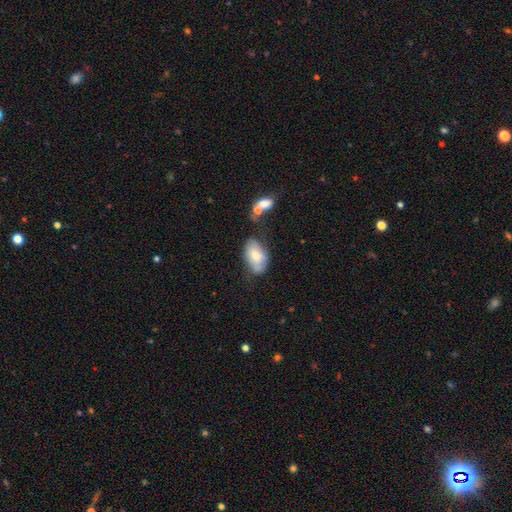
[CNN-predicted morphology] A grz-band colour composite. It shows a smooth galaxy with no disk features (67%) that is in between round and cigar-shaped (92%). Merging: none (48%).